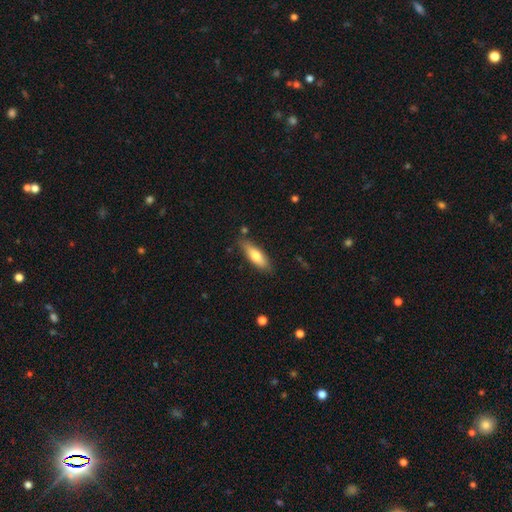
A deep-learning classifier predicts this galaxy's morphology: Smooth or featured? Predicted: smooth (p=0.72). How rounded? Predicted: in between (p=0.51). Merging? Predicted: none (p=0.78).